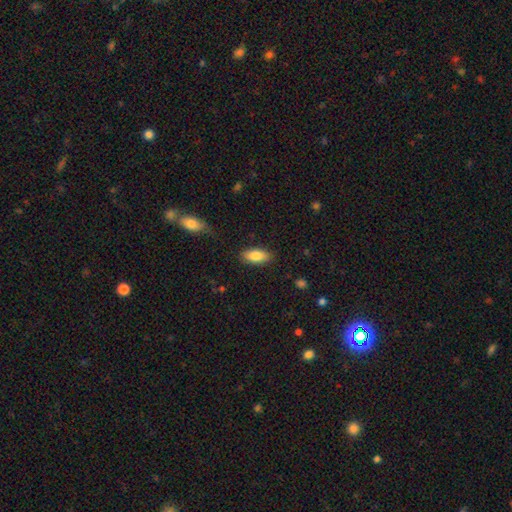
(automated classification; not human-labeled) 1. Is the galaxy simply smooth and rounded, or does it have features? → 85% smooth, 9% featured or disk, 7% star or artifact.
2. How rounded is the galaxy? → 88% in between, 10% cigar-shaped, 2% round.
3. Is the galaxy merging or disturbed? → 85% none, 11% minor disturbance, 3% major disturbance, 1% merger.